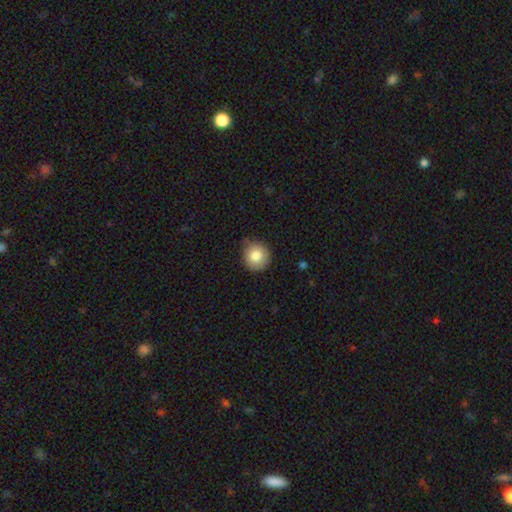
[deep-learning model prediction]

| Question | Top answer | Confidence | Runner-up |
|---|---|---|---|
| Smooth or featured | smooth | 82% | featured or disk (9%) |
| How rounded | round | 92% | in between (7%) |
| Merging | none | 79% | minor disturbance (16%) |